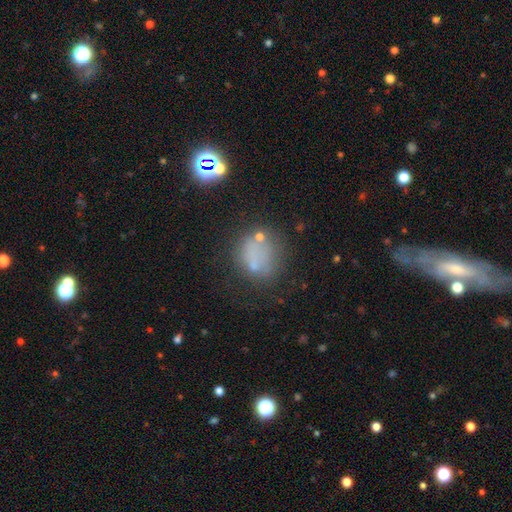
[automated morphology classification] The model was most divided on "smooth or featured": smooth: 55%, star or artifact: 24%, featured or disk: 21%. More confident: how rounded — round (70%); merging — none (54%).